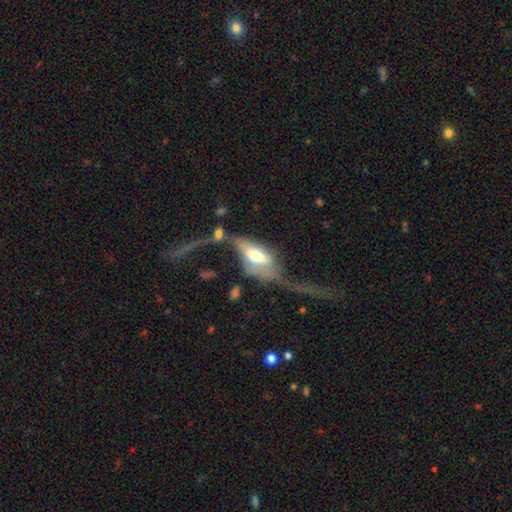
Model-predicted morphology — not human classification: Smooth or featured: featured or disk — 46% (tied with smooth — 46%)
Merging: major disturbance — 54% (merger — 20%)